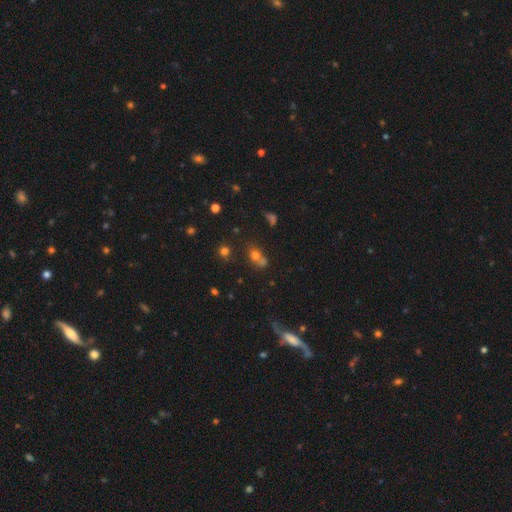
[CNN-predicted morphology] smooth-or-featured: smooth: 64% | star or artifact: 22% | featured or disk: 14%
  how-rounded: round: 66% | in between: 32% | cigar-shaped: 2%
  merging: merger: 46% | none: 40% | minor disturbance: 10% | major disturbance: 5%